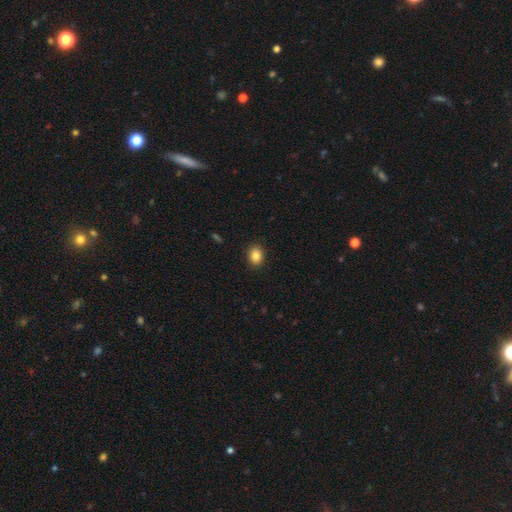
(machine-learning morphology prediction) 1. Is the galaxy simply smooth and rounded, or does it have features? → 86% smooth, 9% star or artifact, 5% featured or disk.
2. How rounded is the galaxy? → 59% in between, 40% round, 1% cigar-shaped.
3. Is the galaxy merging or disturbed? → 90% none, 7% minor disturbance, 2% major disturbance, 1% merger.